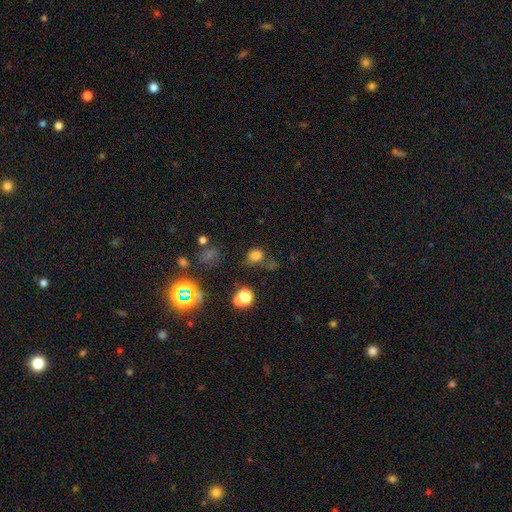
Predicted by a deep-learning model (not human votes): This is likely a smooth galaxy (73%). How rounded: likely round (62%). Merging: likely none (67%).